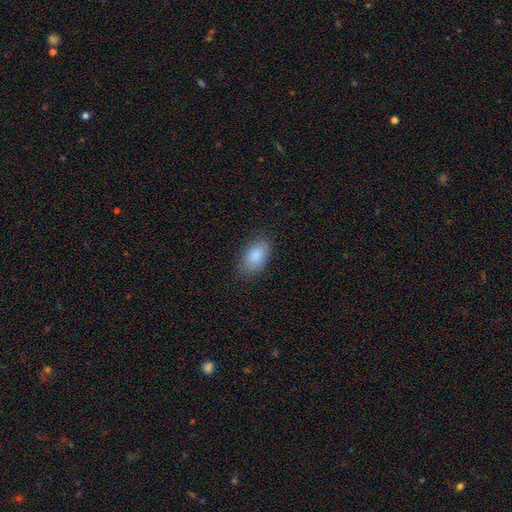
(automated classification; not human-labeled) Smooth or featured?
  - smooth: 87% *
  - star or artifact: 7%
  - featured or disk: 6%
How rounded?
  - in between: 92% *
  - round: 6%
  - cigar-shaped: 2%
Merging?
  - none: 81% *
  - minor disturbance: 14%
  - major disturbance: 4%
  - merger: 1%